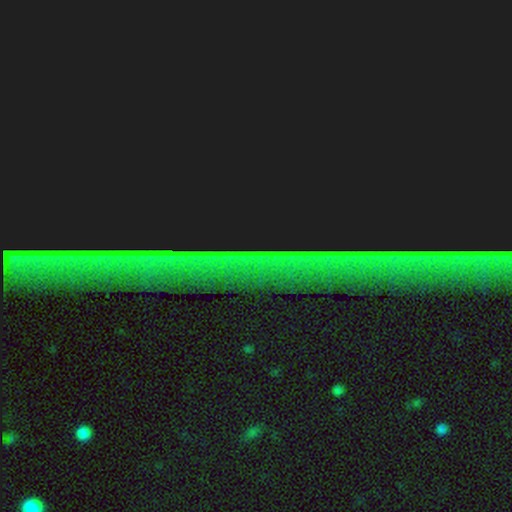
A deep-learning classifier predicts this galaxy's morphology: A star or artifact, not a galaxy (86%).

Vote fractions:
- Smooth or featured? star or artifact: 86% / featured or disk: 8% / smooth: 6%